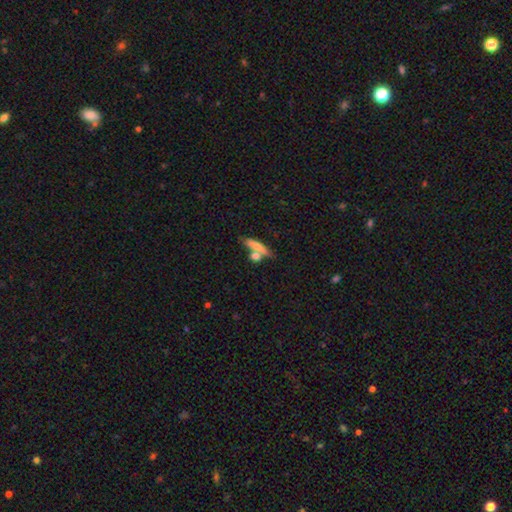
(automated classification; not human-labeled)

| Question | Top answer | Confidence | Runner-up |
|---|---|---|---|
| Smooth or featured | smooth | 66% | featured or disk (25%) |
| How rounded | cigar-shaped | 51% | in between (30%) |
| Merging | none | 51% | merger (34%) |